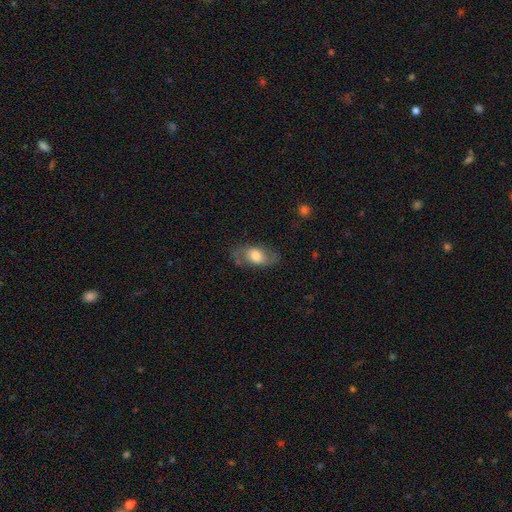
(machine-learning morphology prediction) Smooth or featured: smooth — 58% (featured or disk — 35%)
How rounded: in between — 87% (round — 8%)
Merging: none — 69% (minor disturbance — 21%)